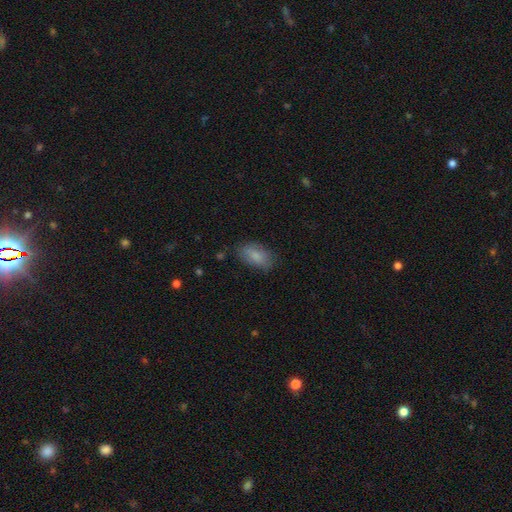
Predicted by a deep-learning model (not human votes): smooth_or_featured: smooth (p=0.82) [alt: featured or disk p=0.10]
how_rounded: in between (p=0.91) [alt: round p=0.05]
merging: none (p=0.75) [alt: minor disturbance p=0.19]